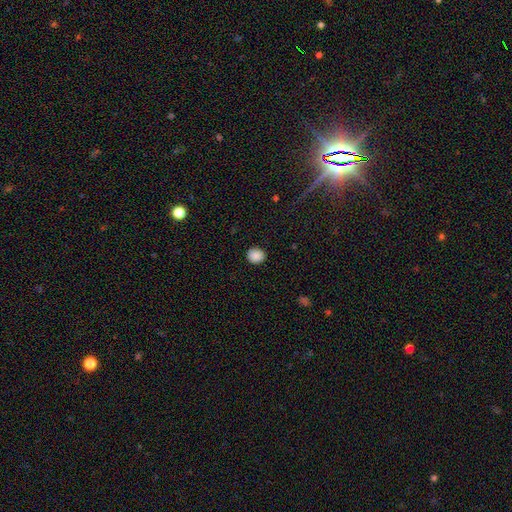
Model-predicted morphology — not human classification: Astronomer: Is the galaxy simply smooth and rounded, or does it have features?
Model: smooth — 88%.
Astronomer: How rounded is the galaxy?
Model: round — 81%.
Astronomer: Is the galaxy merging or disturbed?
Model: none — 91%.